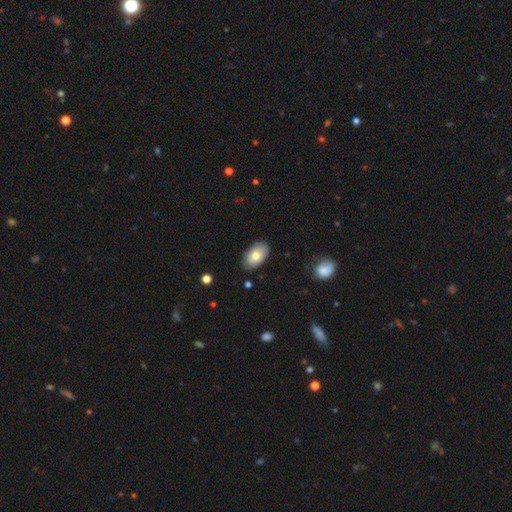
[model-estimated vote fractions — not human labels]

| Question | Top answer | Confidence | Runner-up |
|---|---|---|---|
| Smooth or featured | smooth | 74% | featured or disk (19%) |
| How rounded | in between | 94% | round (5%) |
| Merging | none | 84% | minor disturbance (13%) |